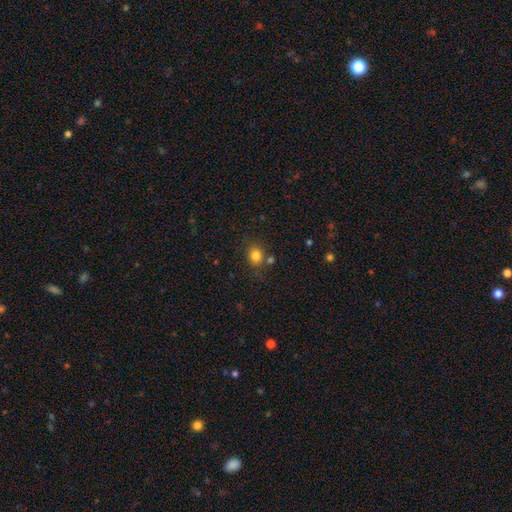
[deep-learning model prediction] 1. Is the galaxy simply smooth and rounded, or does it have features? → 82% smooth, 12% star or artifact, 6% featured or disk.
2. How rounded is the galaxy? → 62% round, 37% in between, 1% cigar-shaped.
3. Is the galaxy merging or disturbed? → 75% none, 12% minor disturbance, 10% merger, 4% major disturbance.